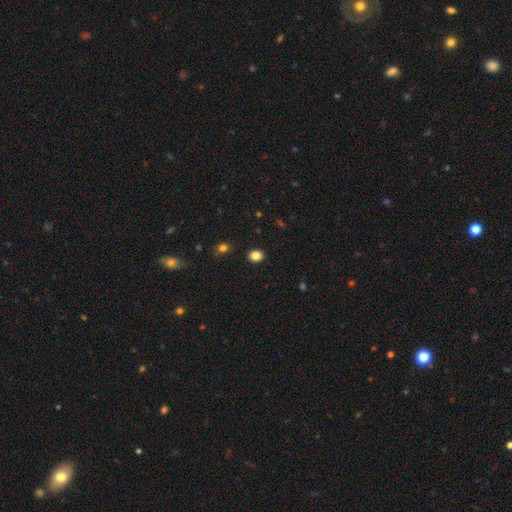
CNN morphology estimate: The model was most divided on "how rounded": round: 58%, in between: 41%, cigar-shaped: 1%. More confident: merging — none (91%); smooth or featured — smooth (85%).